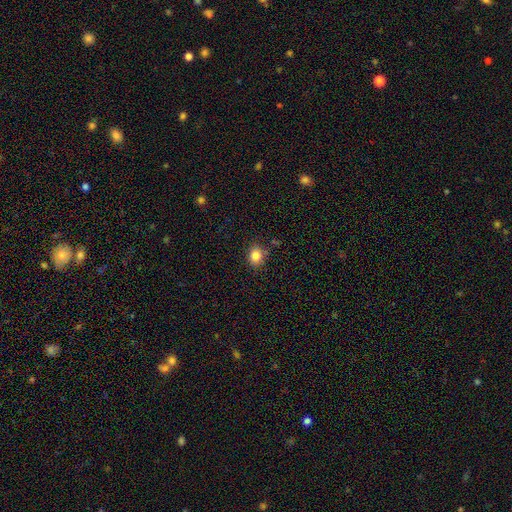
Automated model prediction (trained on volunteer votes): The model was most divided on "how rounded": round: 63%, in between: 37%, cigar-shaped: 1%. More confident: smooth or featured — smooth (84%); merging — none (82%).